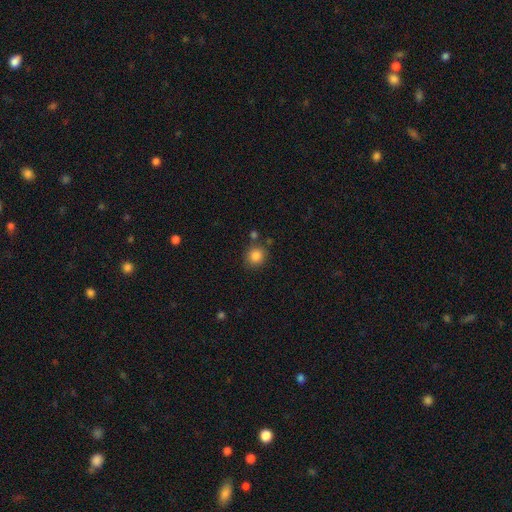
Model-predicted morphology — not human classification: A smooth galaxy with no disk features (86%) that is round (81%). Merging: none (77%).